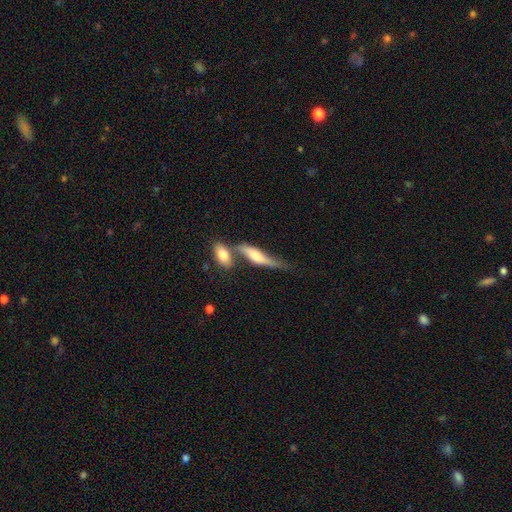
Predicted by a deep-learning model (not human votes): A featured or disk galaxy (50%) viewed edge-on (69%).

Vote fractions:
- Smooth or featured? featured or disk: 50% / smooth: 43% / star or artifact: 6%
- Edge-on disk? yes: 69% / no: 31%
- Merging? none: 38% / merger: 32% / minor disturbance: 20% / major disturbance: 10%